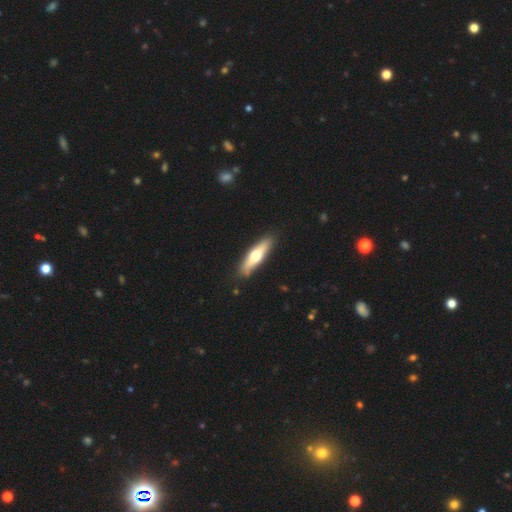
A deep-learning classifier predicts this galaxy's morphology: smooth_or_featured: smooth (p=0.54) [alt: featured or disk p=0.41]
how_rounded: cigar-shaped (p=0.70) [alt: in between p=0.28]
merging: none (p=0.88) [alt: minor disturbance p=0.09]